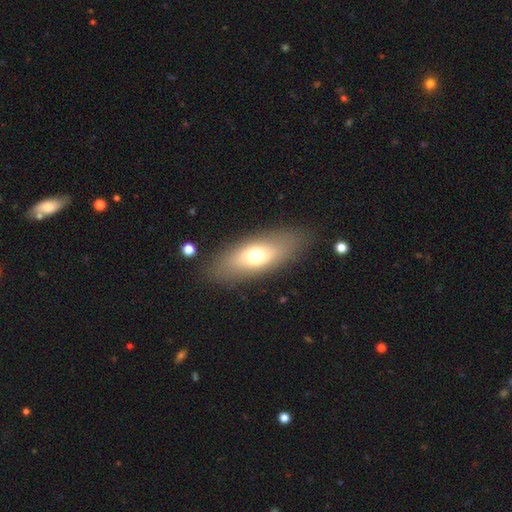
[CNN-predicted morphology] A smooth galaxy with no disk features (63%) that is in between round and cigar-shaped (75%). Merging: none (84%).